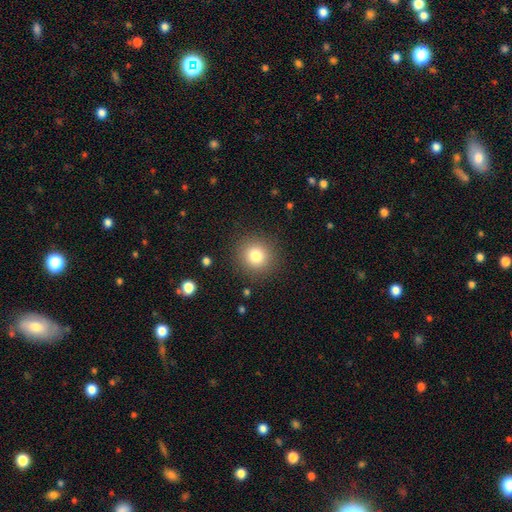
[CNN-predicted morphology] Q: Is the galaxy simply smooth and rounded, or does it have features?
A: smooth — 79%.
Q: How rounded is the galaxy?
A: round — 92%.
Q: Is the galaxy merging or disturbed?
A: none — 89%.